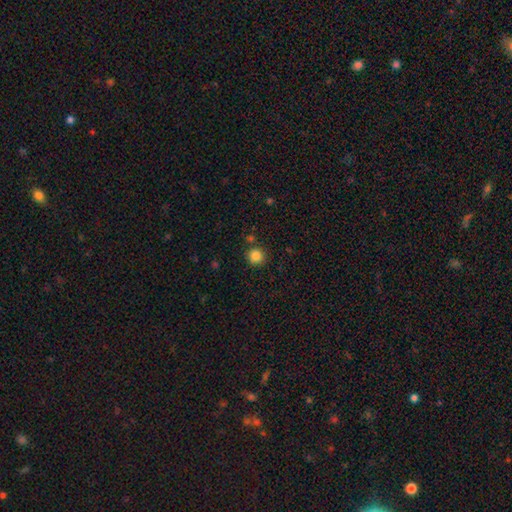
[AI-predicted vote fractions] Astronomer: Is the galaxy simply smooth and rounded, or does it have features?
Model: smooth — 85%.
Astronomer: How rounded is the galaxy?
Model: round — 93%.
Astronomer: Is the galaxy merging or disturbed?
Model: none — 84%.